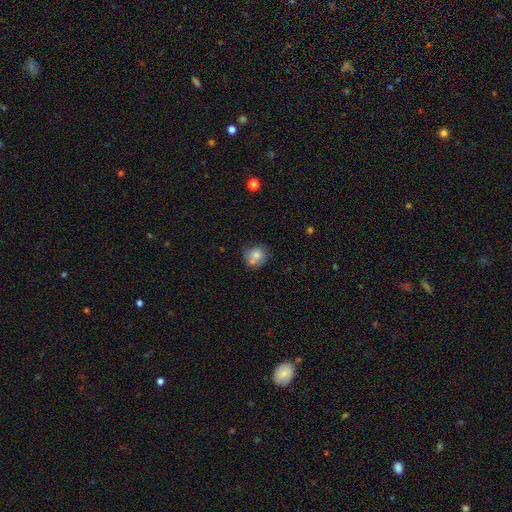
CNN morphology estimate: Smooth or featured?
  - smooth: 75% *
  - featured or disk: 16%
  - star or artifact: 9%
How rounded?
  - round: 80% *
  - in between: 19%
  - cigar-shaped: 1%
Merging?
  - none: 55% *
  - merger: 22%
  - minor disturbance: 18%
  - major disturbance: 5%